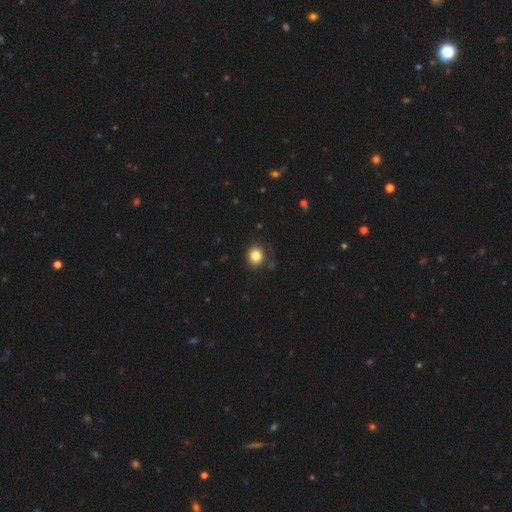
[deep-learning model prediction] The model was most divided on "how rounded": round: 82%, in between: 17%, cigar-shaped: 1%. More confident: merging — none (85%); smooth or featured — smooth (82%).